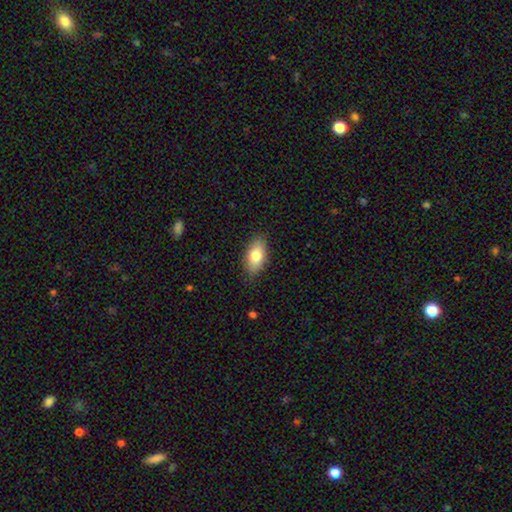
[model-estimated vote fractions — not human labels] The model was most divided on "smooth or featured": smooth: 79%, featured or disk: 14%, star or artifact: 7%. More confident: how rounded — in between (91%); merging — none (84%).